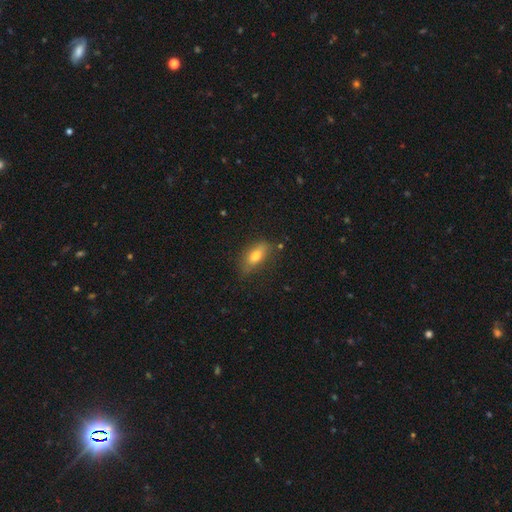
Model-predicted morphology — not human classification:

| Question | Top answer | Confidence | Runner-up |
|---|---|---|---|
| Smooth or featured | smooth | 71% | featured or disk (20%) |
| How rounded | in between | 78% | cigar-shaped (16%) |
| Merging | none | 73% | minor disturbance (20%) |